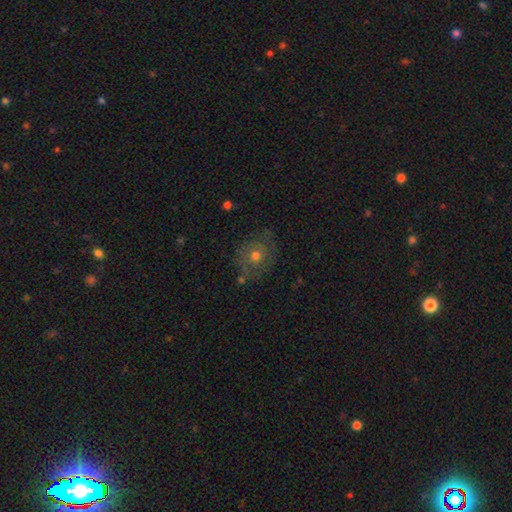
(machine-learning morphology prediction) smooth-or-featured: smooth: 50% | featured or disk: 38% | star or artifact: 12%
  how-rounded: round: 75% | in between: 24% | cigar-shaped: 1%
  merging: none: 65% | minor disturbance: 21% | major disturbance: 11% | merger: 4%